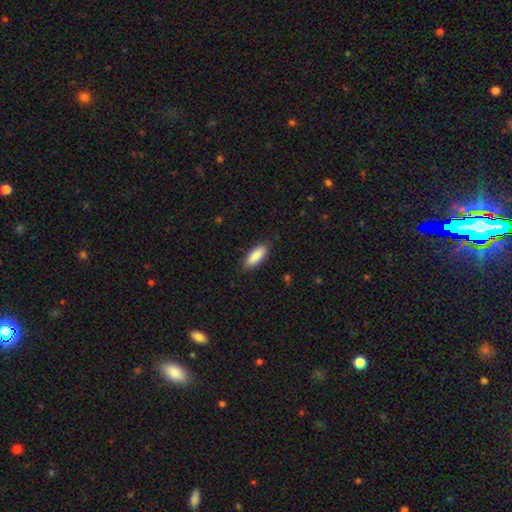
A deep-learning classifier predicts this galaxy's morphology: A smooth galaxy with no disk features (88%) that is in between round and cigar-shaped (76%).

Vote fractions:
- Smooth or featured? smooth: 88% / star or artifact: 6% / featured or disk: 6%
- How rounded? in between: 76% / cigar-shaped: 22% / round: 2%
- Merging? none: 87% / minor disturbance: 10% / major disturbance: 2% / merger: 1%